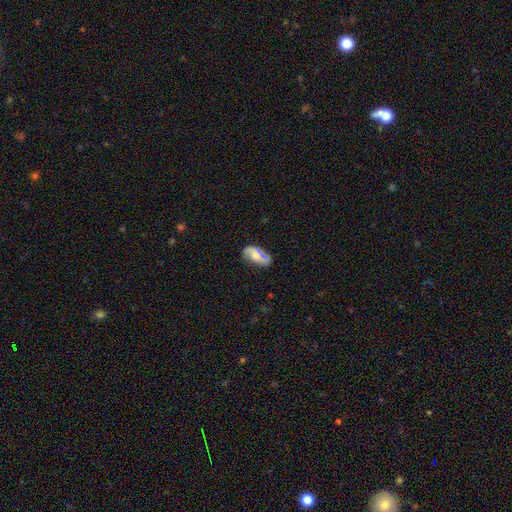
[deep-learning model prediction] Smooth or featured? smooth (53%)
How rounded? in between (91%)
Merging? none (58%)